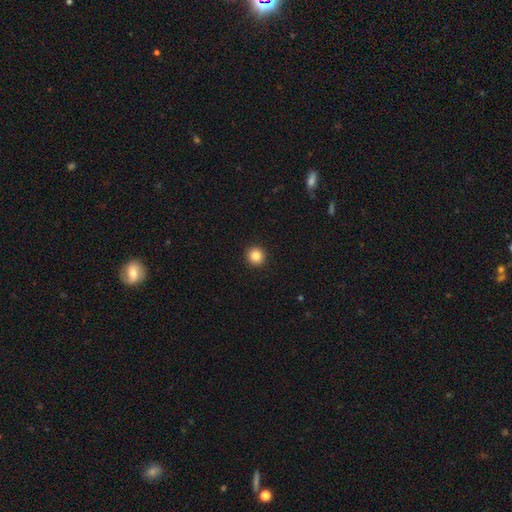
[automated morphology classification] smooth-or-featured: smooth: 85% | star or artifact: 11% | featured or disk: 4%
  how-rounded: round: 95% | in between: 4% | cigar-shaped: 1%
  merging: none: 94% | minor disturbance: 4% | major disturbance: 1% | merger: 1%